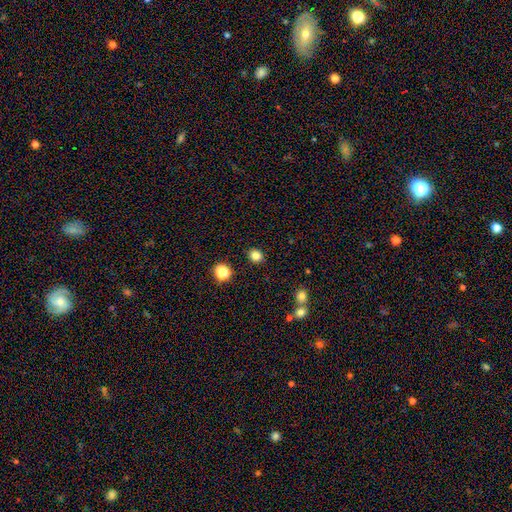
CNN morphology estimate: Q: Smooth or featured?
A: smooth (82%); runner-up: star or artifact (13%)
Q: How rounded?
A: round (77%); runner-up: in between (22%)
Q: Merging?
A: none (91%); runner-up: minor disturbance (6%)